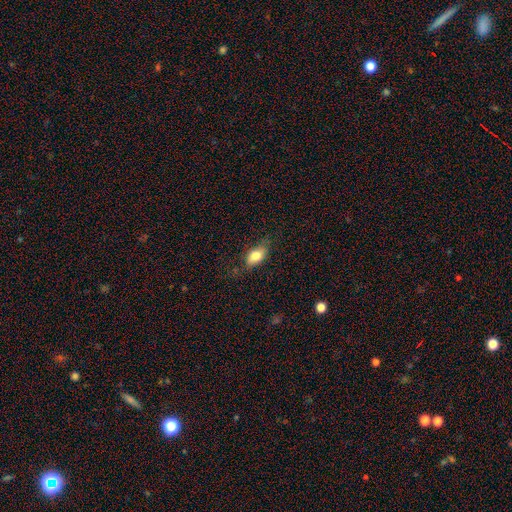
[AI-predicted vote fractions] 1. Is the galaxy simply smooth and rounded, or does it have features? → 78% smooth, 14% featured or disk, 8% star or artifact.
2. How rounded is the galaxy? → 86% in between, 8% round, 6% cigar-shaped.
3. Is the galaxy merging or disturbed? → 72% none, 21% minor disturbance, 6% major disturbance, 1% merger.